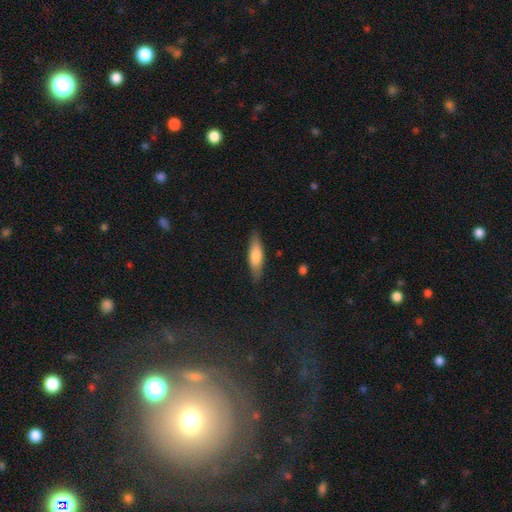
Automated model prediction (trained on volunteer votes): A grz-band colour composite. It shows a smooth galaxy with no disk features (72%) that is cigar-shaped (58%). Merging: none (85%).